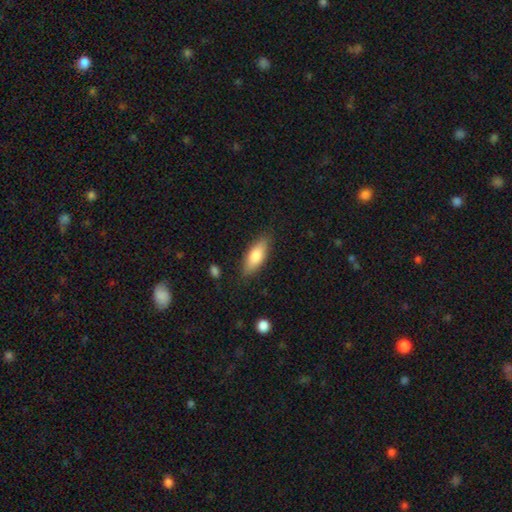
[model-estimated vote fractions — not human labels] smooth_or_featured: smooth (p=0.79) [alt: featured or disk p=0.15]
how_rounded: in between (p=0.70) [alt: cigar-shaped p=0.28]
merging: none (p=0.83) [alt: minor disturbance p=0.12]